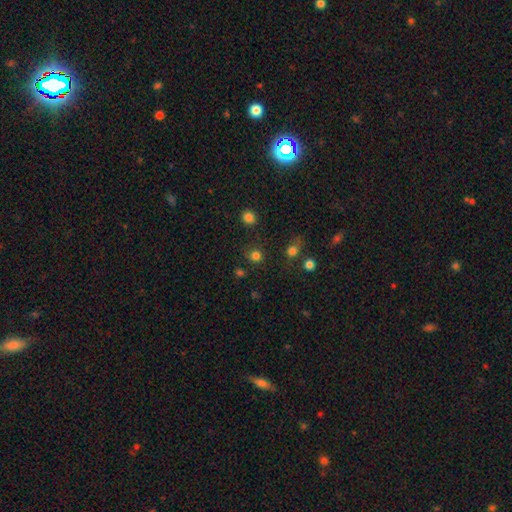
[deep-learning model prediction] Morphology: type=smooth (79%); roundness=round (90%); merging=none (82%).